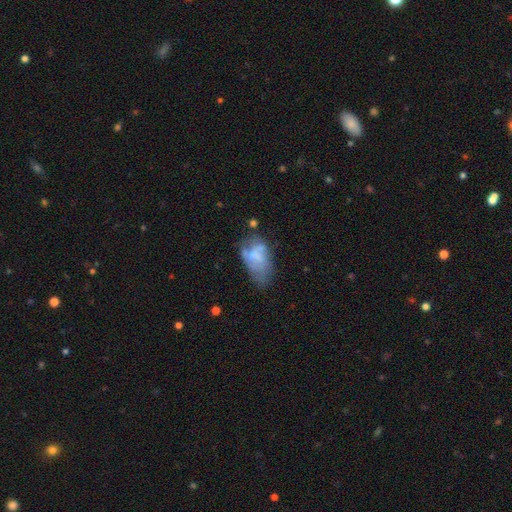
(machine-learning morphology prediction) Smooth or featured?
  - smooth: 48% *
  - featured or disk: 43%
  - star or artifact: 9%
Merging?
  - none: 29% * (tied)
  - minor disturbance: 29% * (tied)
  - major disturbance: 28%
  - merger: 14%